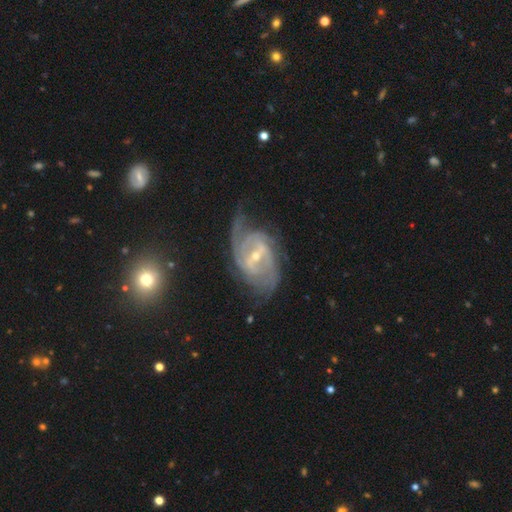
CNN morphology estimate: This appears to be a featured or disk galaxy (89%) with a strong bar (49%), 2 (59%) medium (44%) spiral arms (96%) and a small central bulge (62%). Merging: none (60%).